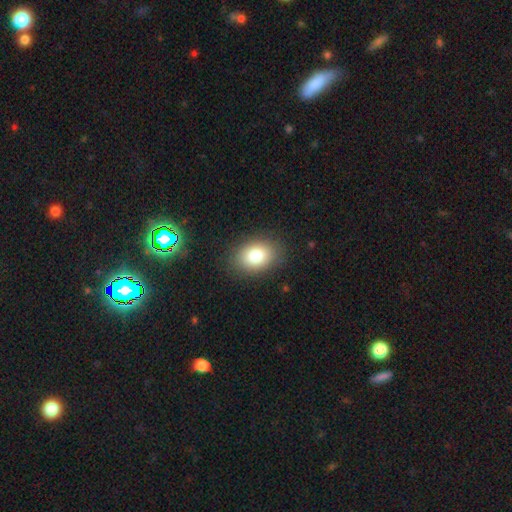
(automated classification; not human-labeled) Smooth or featured: smooth — 80% (star or artifact — 10%)
How rounded: in between — 74% (round — 25%)
Merging: none — 86% (minor disturbance — 9%)